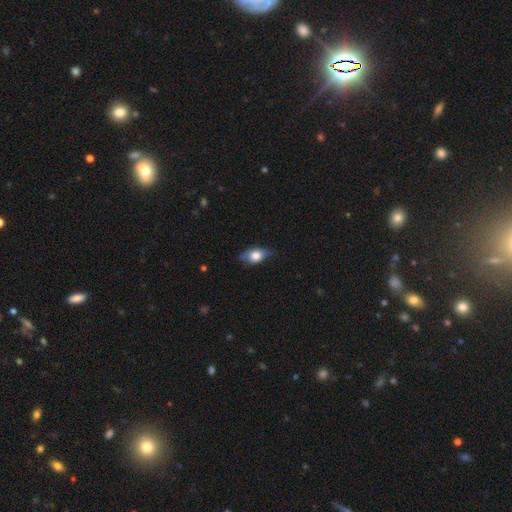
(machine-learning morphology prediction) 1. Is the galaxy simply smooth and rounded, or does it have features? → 67% smooth, 26% featured or disk, 7% star or artifact.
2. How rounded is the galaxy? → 81% in between, 14% round, 6% cigar-shaped.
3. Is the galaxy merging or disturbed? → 63% none, 29% minor disturbance, 6% major disturbance, 1% merger.